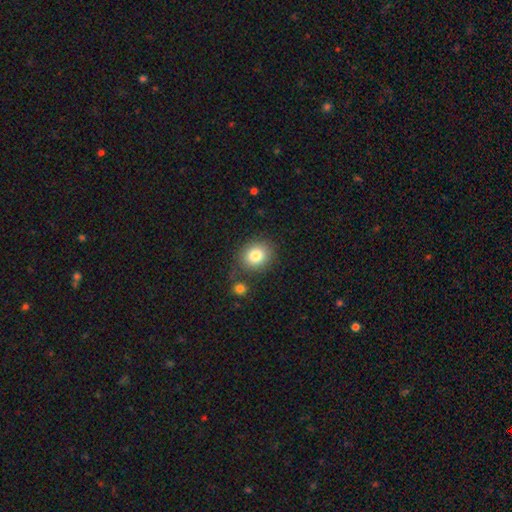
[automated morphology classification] Smooth or featured? Predicted: smooth (p=0.83). How rounded? Predicted: round (p=0.67). Merging? Predicted: none (p=0.75).